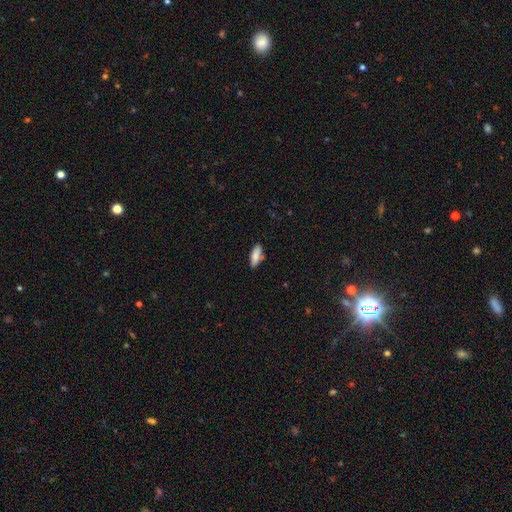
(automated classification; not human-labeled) Q: Smooth or featured?
A: smooth (82%); runner-up: featured or disk (11%)
Q: How rounded?
A: in between (74%); runner-up: cigar-shaped (24%)
Q: Merging?
A: none (77%); runner-up: minor disturbance (16%)